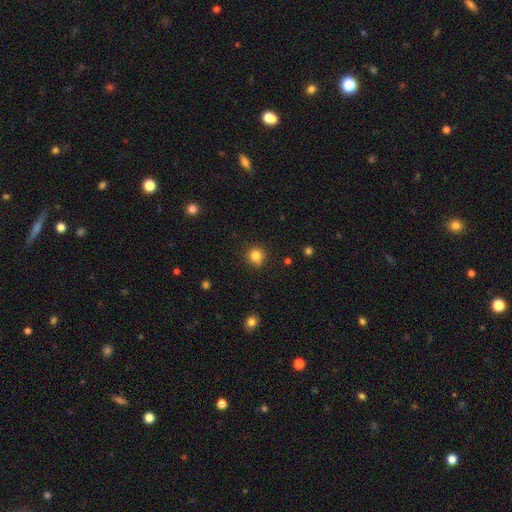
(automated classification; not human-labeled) Smooth or featured: smooth — 83% (star or artifact — 12%)
How rounded: round — 90% (in between — 9%)
Merging: none — 84% (minor disturbance — 11%)